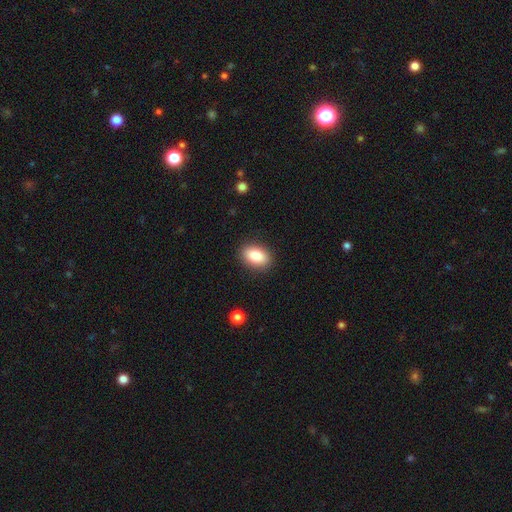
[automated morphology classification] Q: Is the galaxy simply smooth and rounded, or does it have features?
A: smooth — 86%.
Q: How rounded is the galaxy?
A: in between — 89%.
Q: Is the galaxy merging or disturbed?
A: none — 89%.